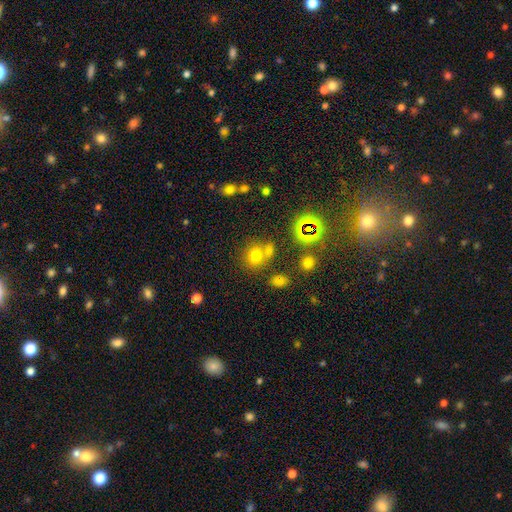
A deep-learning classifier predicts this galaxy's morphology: Smooth or featured? Predicted: smooth (p=0.69). How rounded? Predicted: round (p=0.70). Merging? Predicted: none (p=0.58).